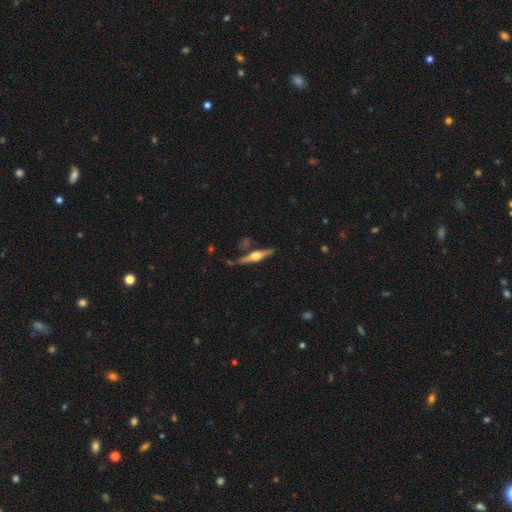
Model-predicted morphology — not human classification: Smooth or featured? featured or disk (73%)
Edge-on disk? yes (97%)
Edge-on bulge? rounded (92%)
Merging? none (79%)